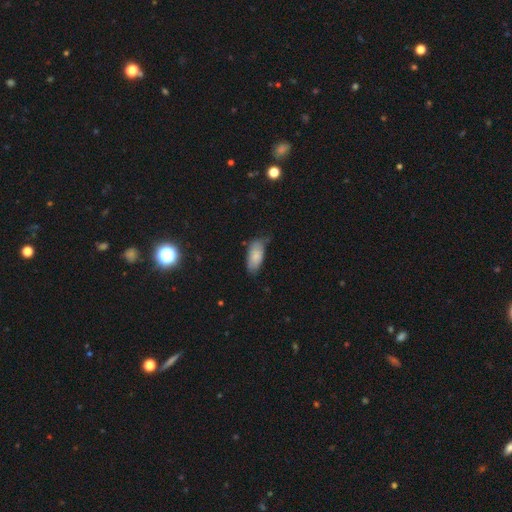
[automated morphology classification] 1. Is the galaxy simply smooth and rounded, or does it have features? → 81% smooth, 12% featured or disk, 7% star or artifact.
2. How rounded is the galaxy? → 91% in between, 7% cigar-shaped, 2% round.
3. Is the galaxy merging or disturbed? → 63% none, 30% minor disturbance, 5% major disturbance, 2% merger.